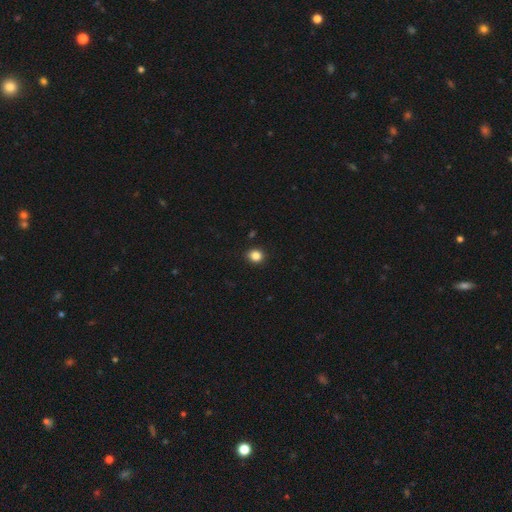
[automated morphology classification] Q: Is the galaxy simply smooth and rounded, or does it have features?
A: smooth — 85%.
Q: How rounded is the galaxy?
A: round — 77%.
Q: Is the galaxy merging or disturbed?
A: none — 91%.